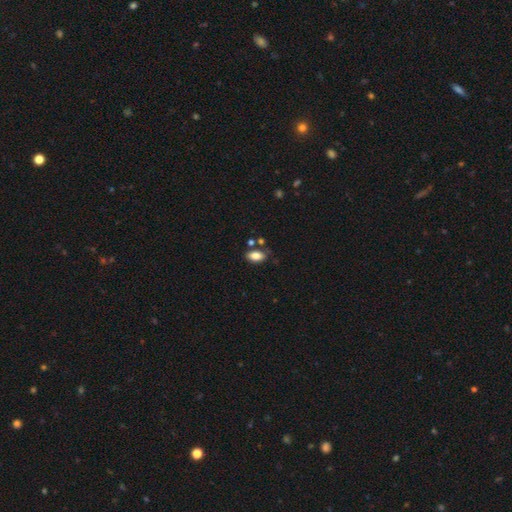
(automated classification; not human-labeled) A smooth galaxy with no disk features (83%) that is in between round and cigar-shaped (92%). Merging: none (74%).